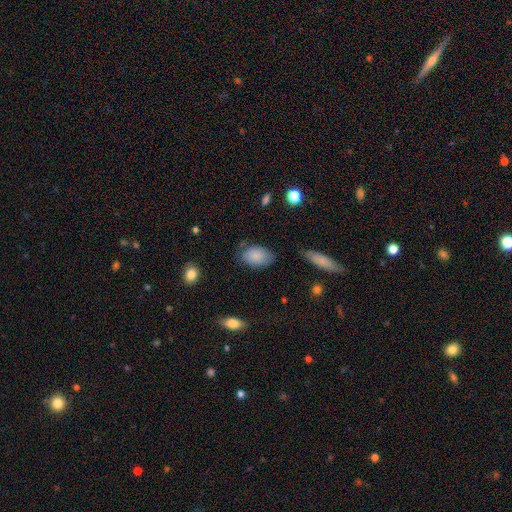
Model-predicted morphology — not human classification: Smooth or featured?
  - smooth: 85% *
  - featured or disk: 8%
  - star or artifact: 7%
How rounded?
  - in between: 91% *
  - round: 7%
  - cigar-shaped: 1%
Merging?
  - none: 71% *
  - minor disturbance: 21%
  - major disturbance: 5%
  - merger: 3%